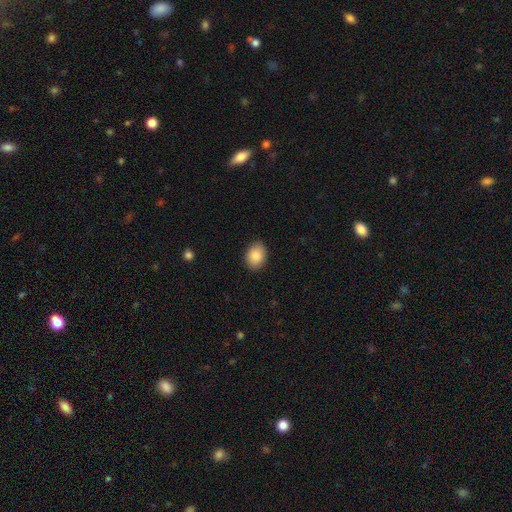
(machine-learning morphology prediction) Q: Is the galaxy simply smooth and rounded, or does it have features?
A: smooth — 87%.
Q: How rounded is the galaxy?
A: in between — 69%.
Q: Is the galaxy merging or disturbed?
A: none — 88%.